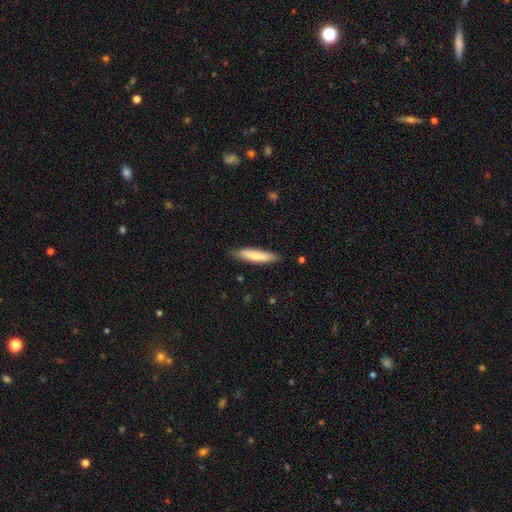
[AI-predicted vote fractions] A smooth galaxy with no disk features (76%) that is cigar-shaped (81%).

Vote fractions:
- Smooth or featured? smooth: 76% / featured or disk: 18% / star or artifact: 5%
- How rounded? cigar-shaped: 81% / in between: 18% / round: 1%
- Merging? none: 85% / minor disturbance: 12% / major disturbance: 2% / merger: 1%